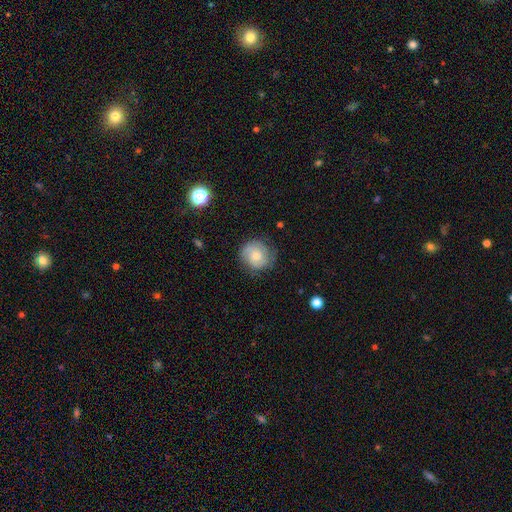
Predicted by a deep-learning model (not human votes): smooth_or_featured: smooth (p=0.55) [alt: featured or disk p=0.37]
how_rounded: round (p=0.85) [alt: in between p=0.14]
merging: none (p=0.70) [alt: minor disturbance p=0.22]